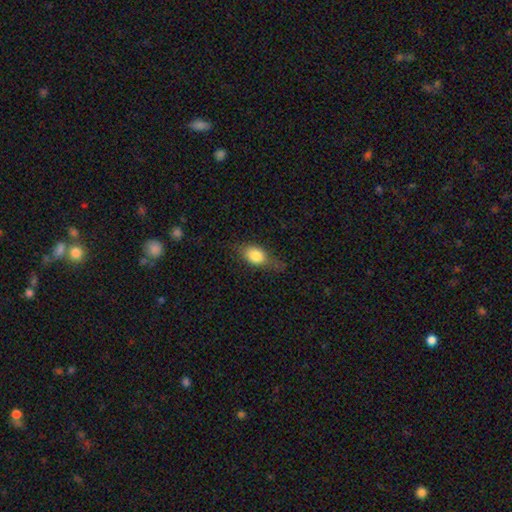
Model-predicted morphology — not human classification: This appears to be a smooth galaxy with no disk features (75%) that is in between round and cigar-shaped (74%). Merging: none (61%).